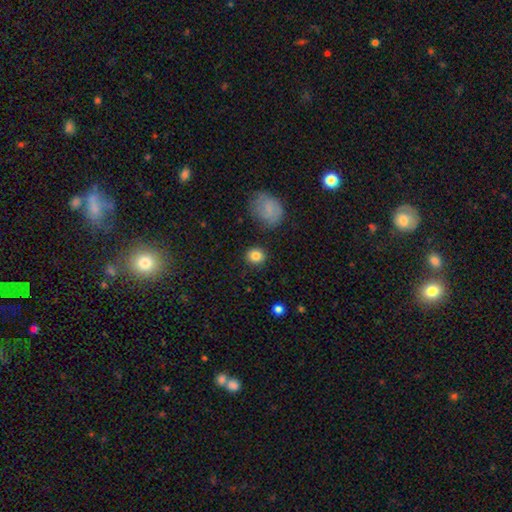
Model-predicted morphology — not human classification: This appears to be a smooth galaxy with no disk features (84%) that is round (85%). Merging: none (87%).